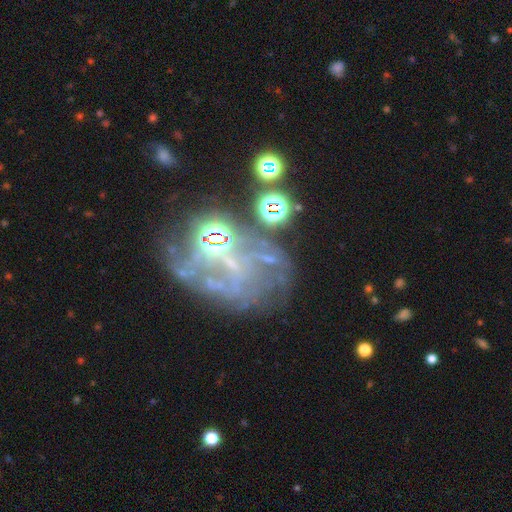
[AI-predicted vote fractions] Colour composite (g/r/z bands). It shows a featured or disk galaxy (58%) with no bar (77%), no spiral arms (66%) and no central bulge (42%). Merging: none (36%).